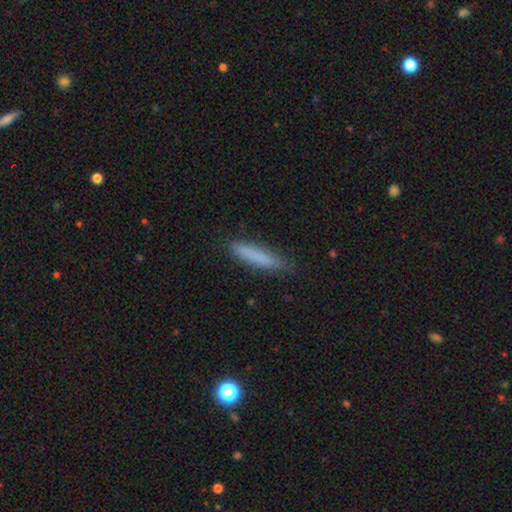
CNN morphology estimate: A smooth galaxy with no disk features (80%) that is cigar-shaped (90%). Merging: none (85%).